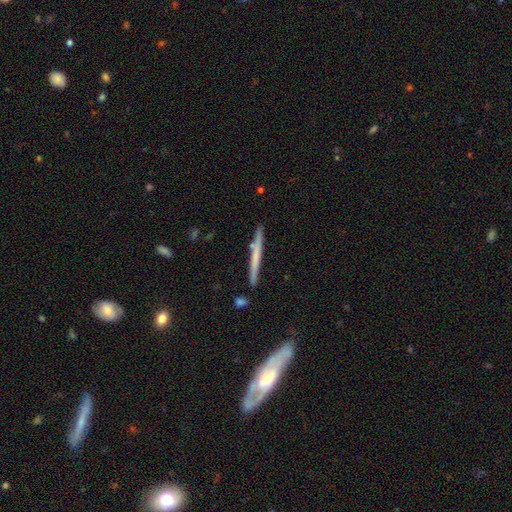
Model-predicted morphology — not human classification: Overall: smooth (47%, tied with featured or disk). Merging: none (86%).